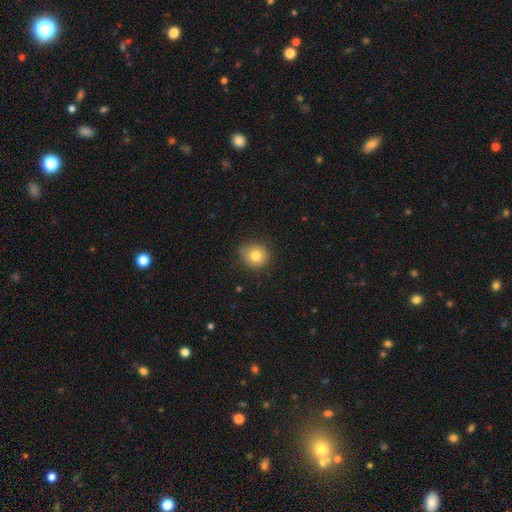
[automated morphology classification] A smooth galaxy with no disk features (79%) that is round (87%).

Vote fractions:
- Smooth or featured? smooth: 79% / star or artifact: 11% / featured or disk: 10%
- How rounded? round: 87% / in between: 12% / cigar-shaped: 1%
- Merging? none: 75% / minor disturbance: 19% / major disturbance: 4% / merger: 2%